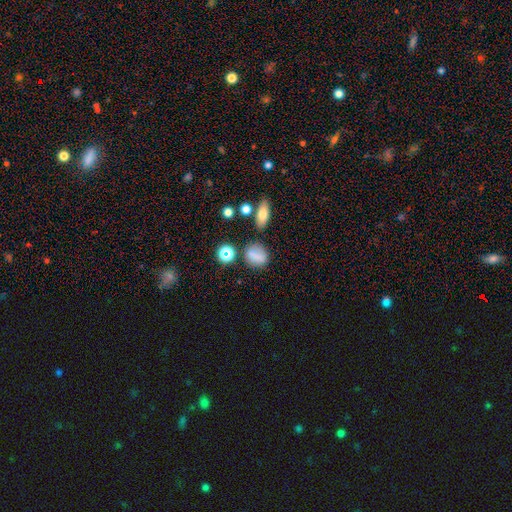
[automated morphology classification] type=smooth (73%); roundness=round (48%, tied with in between); merging=none (70%).